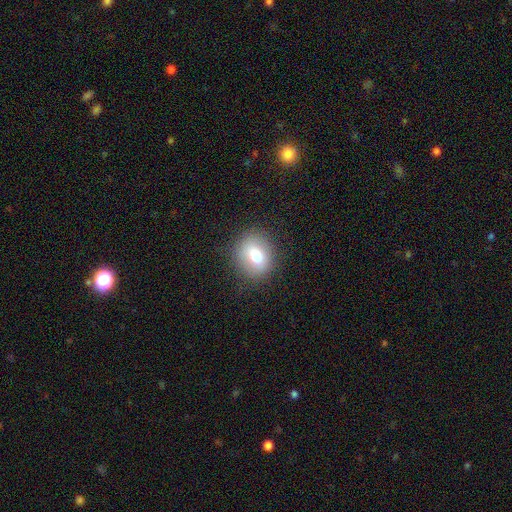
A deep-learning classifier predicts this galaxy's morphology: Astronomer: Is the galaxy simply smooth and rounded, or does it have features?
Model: smooth — 74%.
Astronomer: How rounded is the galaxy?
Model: round — 61% (runner-up: in between, 38%).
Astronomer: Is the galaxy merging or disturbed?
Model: none — 83%.